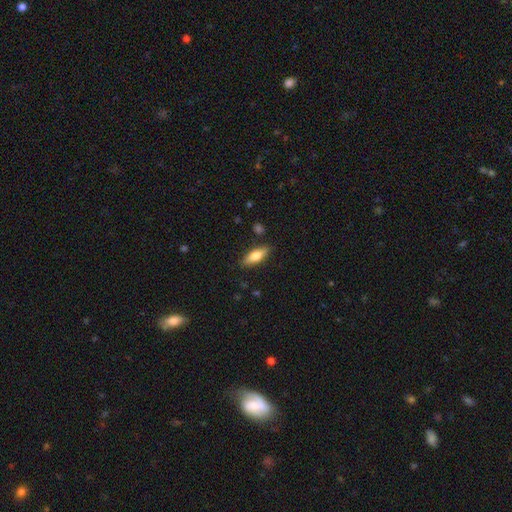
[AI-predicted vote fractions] smooth 72%, featured or disk 21%, star or artifact 6%. Down the decision tree: how rounded — in between (66%); merging — none (85%).